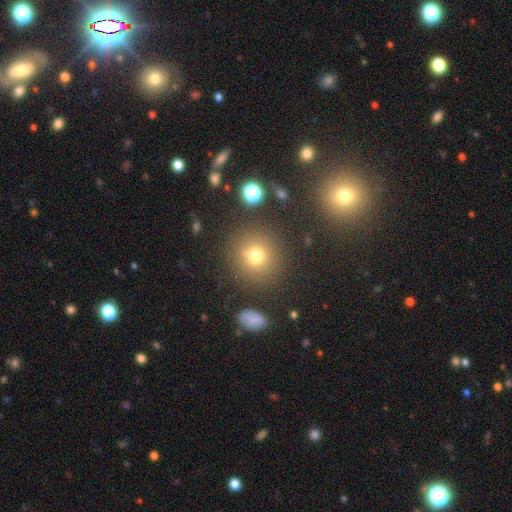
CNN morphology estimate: smooth-or-featured: smooth: 73% | star or artifact: 17% | featured or disk: 10%
  how-rounded: round: 92% | in between: 7% | cigar-shaped: 1%
  merging: none: 84% | minor disturbance: 8% | merger: 4% | major disturbance: 4%